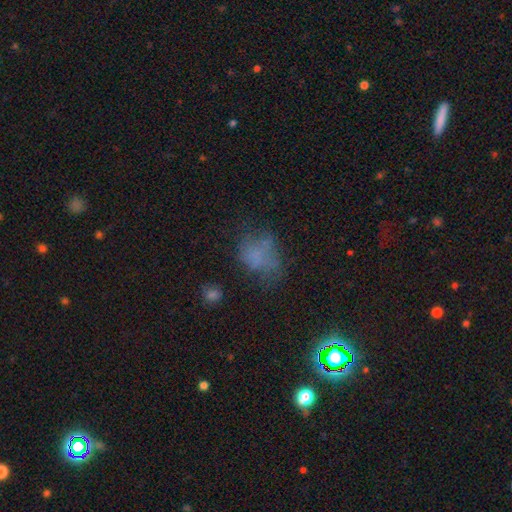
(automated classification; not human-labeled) Smooth or featured? smooth (50%)
How rounded? in between (59%)
Merging? none (45%)